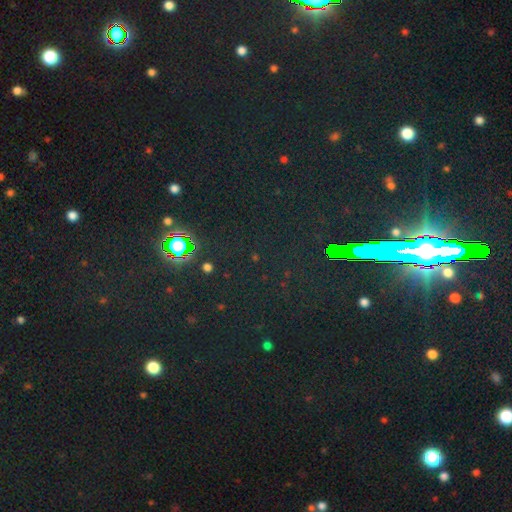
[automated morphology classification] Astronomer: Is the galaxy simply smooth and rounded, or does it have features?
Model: star or artifact — 78%.